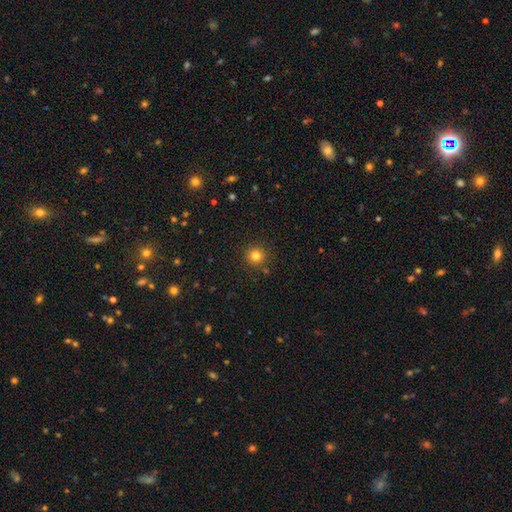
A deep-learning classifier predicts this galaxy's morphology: Q: Smooth or featured?
A: smooth (80%); runner-up: star or artifact (14%)
Q: How rounded?
A: round (94%); runner-up: in between (5%)
Q: Merging?
A: none (88%); runner-up: minor disturbance (7%)